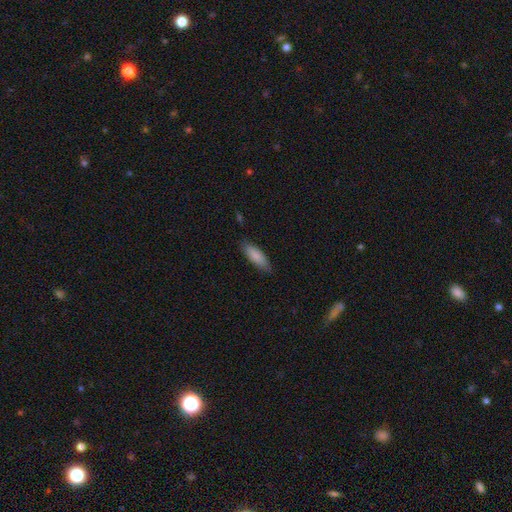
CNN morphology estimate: type=smooth (85%); roundness=in between (60%); merging=none (83%).